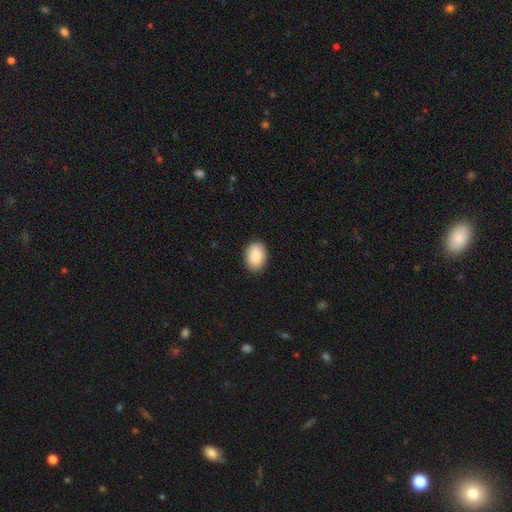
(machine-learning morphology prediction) smooth 87%, star or artifact 7%, featured or disk 6%. Down the decision tree: how rounded — in between (83%); merging — none (88%).